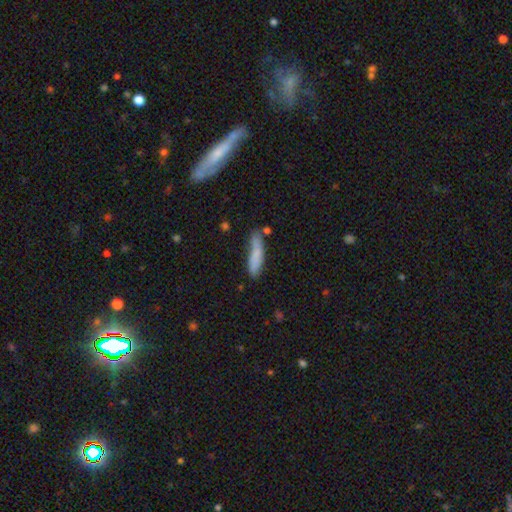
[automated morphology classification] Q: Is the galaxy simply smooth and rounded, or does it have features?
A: smooth — 77%.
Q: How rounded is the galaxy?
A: cigar-shaped — 78%.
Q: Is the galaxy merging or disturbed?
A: none — 62%.